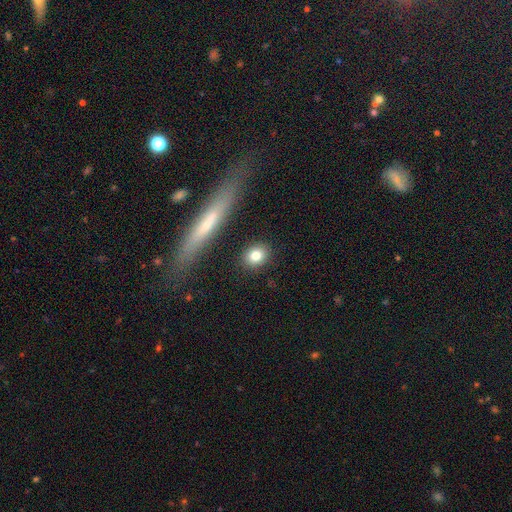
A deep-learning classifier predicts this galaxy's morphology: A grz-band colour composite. It shows a smooth galaxy with no disk features (81%) that is round (61%). Merging: none (87%).